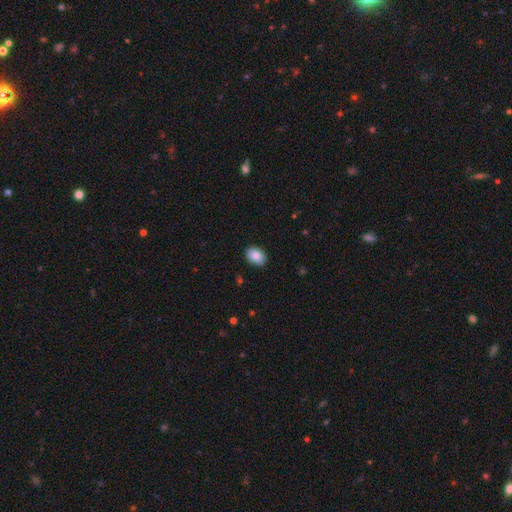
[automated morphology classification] Smooth or featured? smooth (85%)
How rounded? in between (76%)
Merging? none (89%)